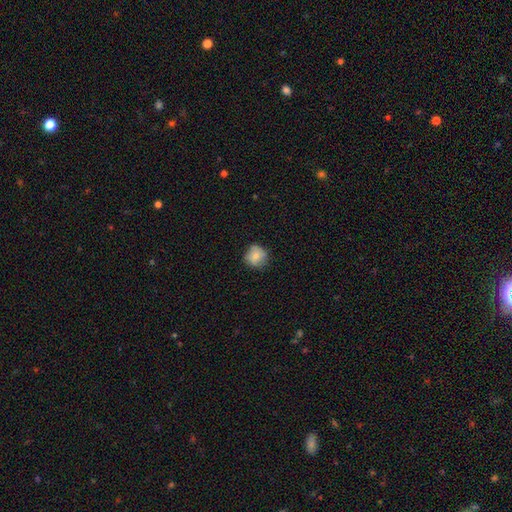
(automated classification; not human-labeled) smooth 78%, featured or disk 13%, star or artifact 8%. Down the decision tree: how rounded — round (87%); merging — none (74%).